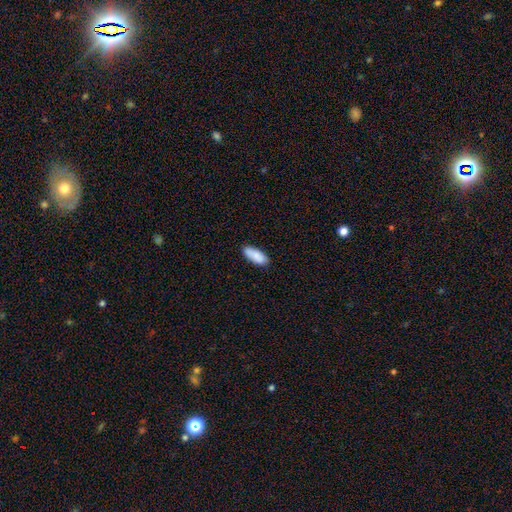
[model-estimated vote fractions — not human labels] Q: Smooth or featured?
A: smooth (89%); runner-up: star or artifact (6%)
Q: How rounded?
A: in between (80%); runner-up: cigar-shaped (19%)
Q: Merging?
A: none (82%); runner-up: minor disturbance (14%)